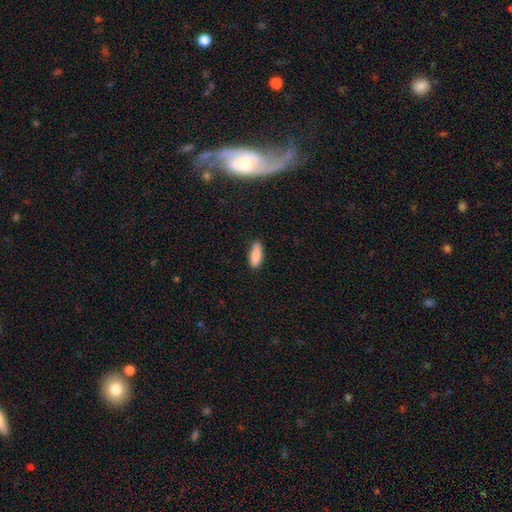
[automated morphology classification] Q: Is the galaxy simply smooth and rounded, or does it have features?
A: smooth — 87%.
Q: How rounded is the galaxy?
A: in between — 66%.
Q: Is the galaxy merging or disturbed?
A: none — 75%.